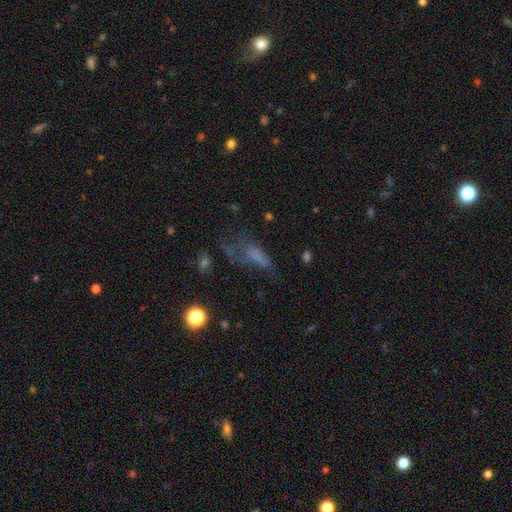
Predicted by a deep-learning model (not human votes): A smooth galaxy with no disk features (50%) that is in between round and cigar-shaped (56%). Merging: major disturbance (38%).